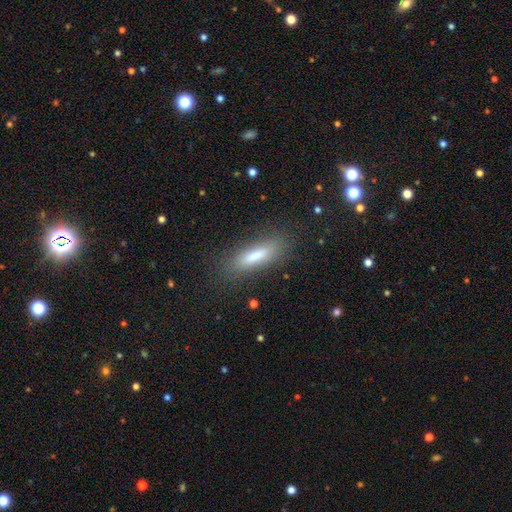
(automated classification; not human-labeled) Overall: smooth (74%). How rounded: cigar-shaped (64%; in between 34%). Merging: none (84%).